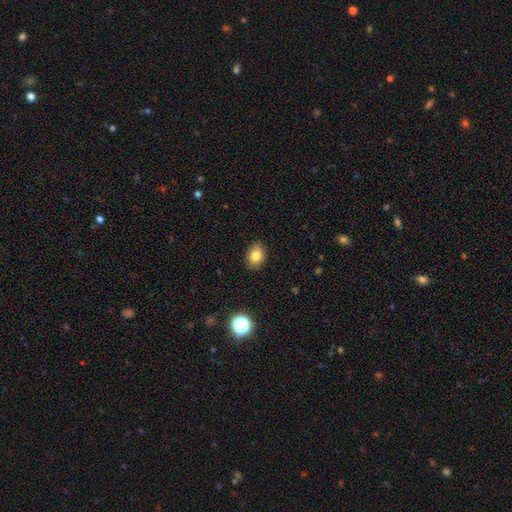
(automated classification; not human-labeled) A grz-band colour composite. It shows a smooth galaxy with no disk features (80%) that is in between round and cigar-shaped (73%). Merging: none (86%).